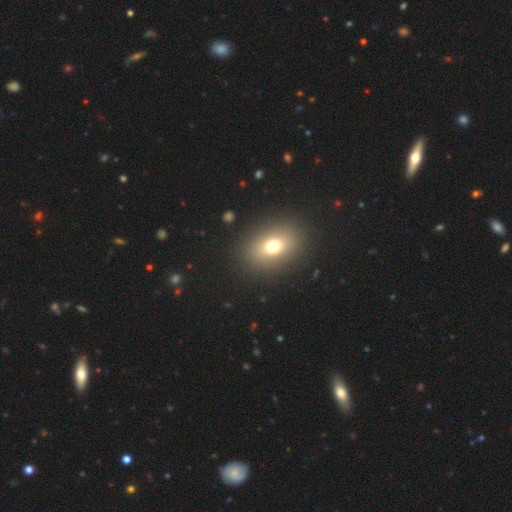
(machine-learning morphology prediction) smooth-or-featured: smooth: 68% | star or artifact: 20% | featured or disk: 12%
  how-rounded: in between: 68% | round: 31% | cigar-shaped: 2%
  merging: none: 91% | minor disturbance: 6% | major disturbance: 2% | merger: 1%